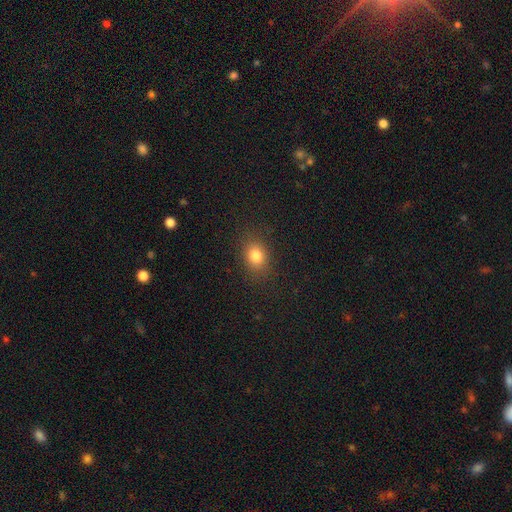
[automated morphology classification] Overall: smooth (82%). How rounded: in between (51%; round 47%). Merging: none (85%).